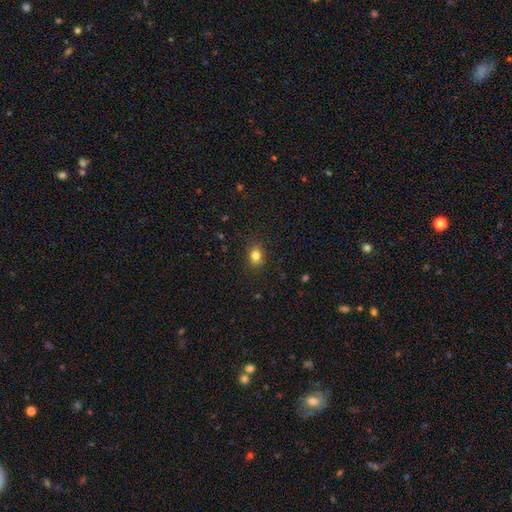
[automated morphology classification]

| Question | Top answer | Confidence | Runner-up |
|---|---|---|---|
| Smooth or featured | smooth | 81% | star or artifact (12%) |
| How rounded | round | 52% | in between (47%) |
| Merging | none | 86% | minor disturbance (10%) |